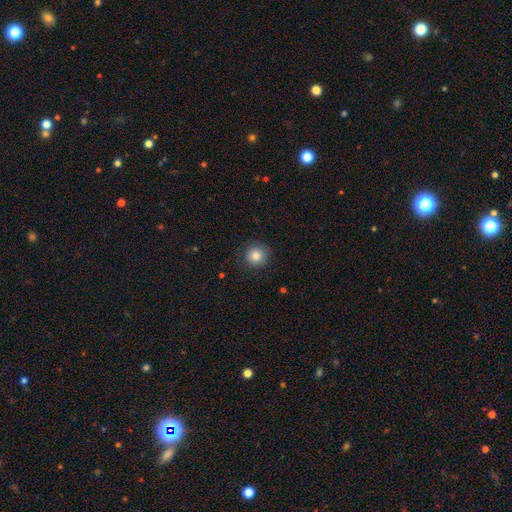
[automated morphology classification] Smooth or featured? Predicted: smooth (p=0.83). How rounded? Predicted: round (p=0.92). Merging? Predicted: none (p=0.86).